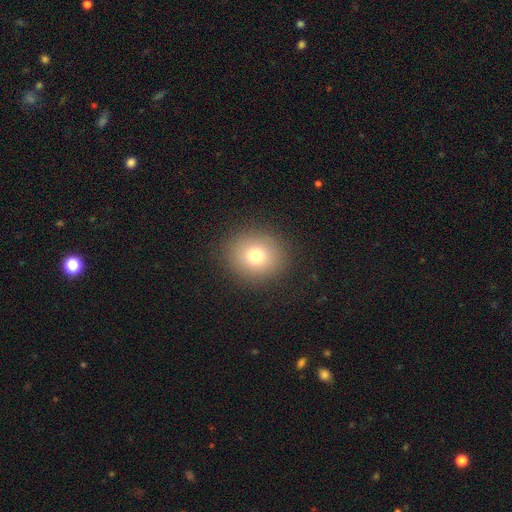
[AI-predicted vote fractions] This appears to be a smooth galaxy with no disk features (75%) that is round (83%). Merging: none (89%).